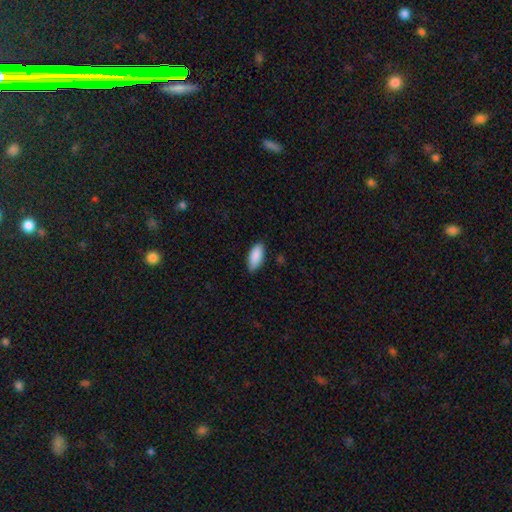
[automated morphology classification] The model was most divided on "merging": none: 81%, minor disturbance: 16%, major disturbance: 2%, merger: 1%. More confident: smooth or featured — smooth (90%); how rounded — in between (87%).